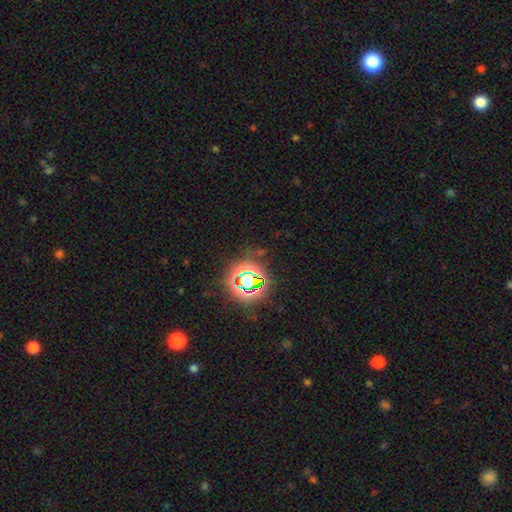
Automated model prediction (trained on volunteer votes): smooth_or_featured: star or artifact (p=0.77) [alt: smooth p=0.15]